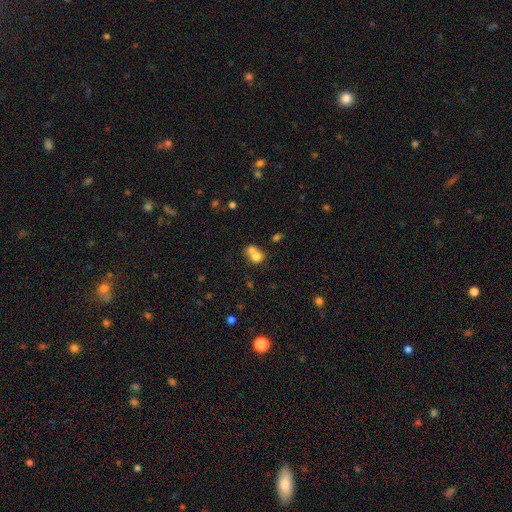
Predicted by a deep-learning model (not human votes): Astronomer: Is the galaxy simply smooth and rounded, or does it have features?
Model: smooth — 73%.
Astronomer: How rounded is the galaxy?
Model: round — 67%.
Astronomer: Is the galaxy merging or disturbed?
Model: merger — 64%.